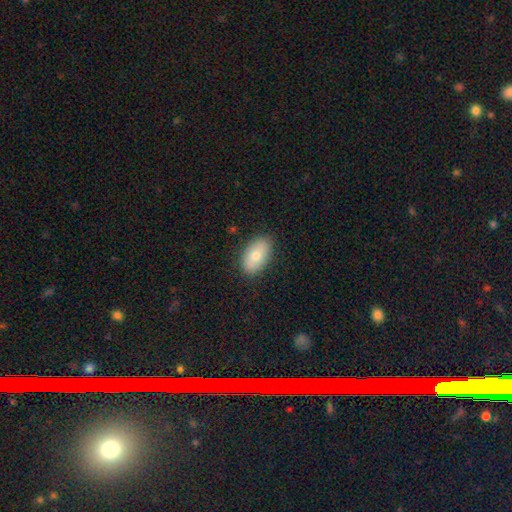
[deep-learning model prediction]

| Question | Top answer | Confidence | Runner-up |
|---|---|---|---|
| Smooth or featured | smooth | 75% | featured or disk (18%) |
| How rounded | in between | 92% | round (6%) |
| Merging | none | 85% | minor disturbance (11%) |